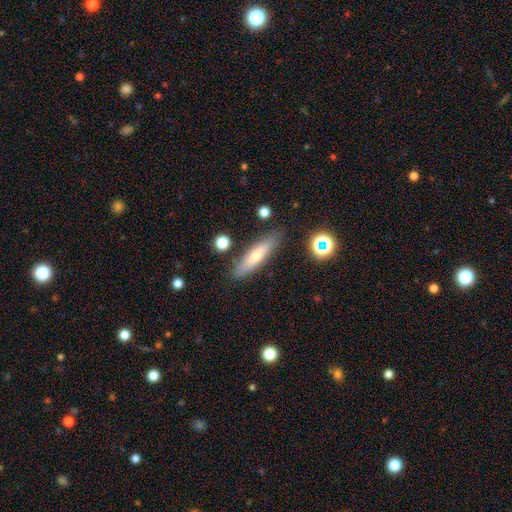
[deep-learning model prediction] smooth_or_featured: smooth (p=0.62) [alt: featured or disk p=0.30]
how_rounded: cigar-shaped (p=0.79) [alt: in between p=0.19]
merging: none (p=0.84) [alt: minor disturbance p=0.10]